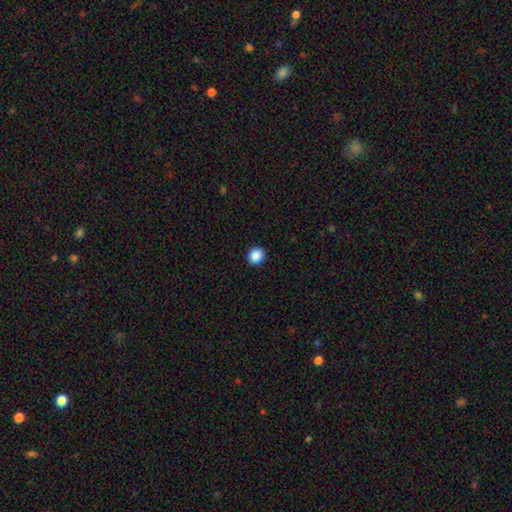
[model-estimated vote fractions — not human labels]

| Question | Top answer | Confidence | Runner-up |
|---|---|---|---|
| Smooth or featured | smooth | 89% | star or artifact (9%) |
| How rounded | round | 82% | in between (17%) |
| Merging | none | 92% | minor disturbance (5%) |